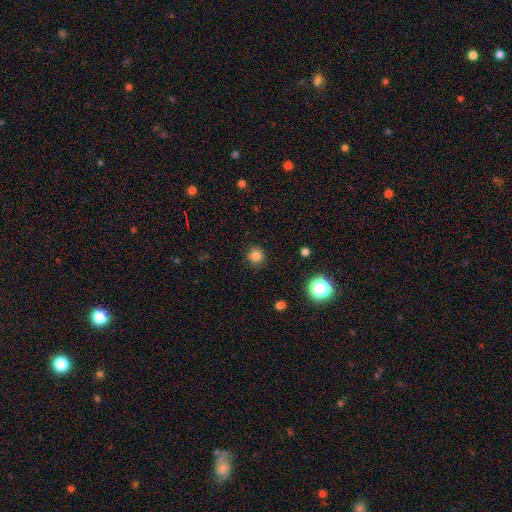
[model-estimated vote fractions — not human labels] A smooth galaxy with no disk features (83%) that is round (92%).

Vote fractions:
- Smooth or featured? smooth: 83% / star or artifact: 13% / featured or disk: 4%
- How rounded? round: 92% / in between: 7% / cigar-shaped: 1%
- Merging? none: 88% / minor disturbance: 8% / major disturbance: 3% / merger: 1%